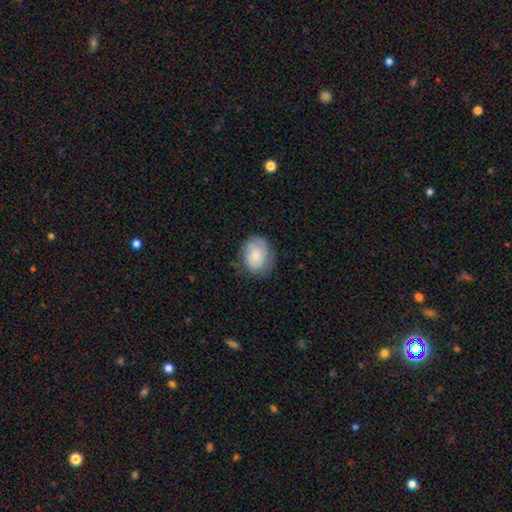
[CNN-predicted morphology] Overall: smooth (73%). How rounded: round (51%; in between 49%). Merging: none (64%; minor disturbance 26%).